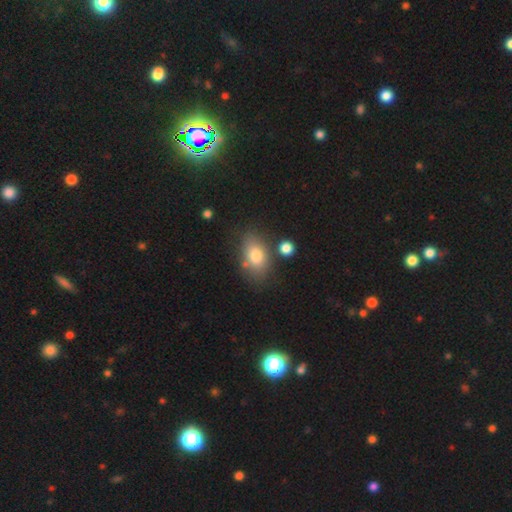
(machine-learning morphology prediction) The model was most divided on "merging": none: 68%, minor disturbance: 16%, merger: 10%, major disturbance: 6%. More confident: how rounded — in between (85%); smooth or featured — smooth (77%).